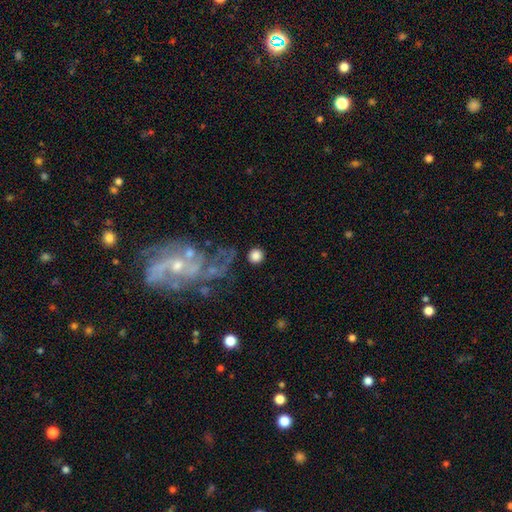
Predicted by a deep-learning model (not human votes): A smooth galaxy with no disk features (81%) that is round (93%). Merging: none (81%).